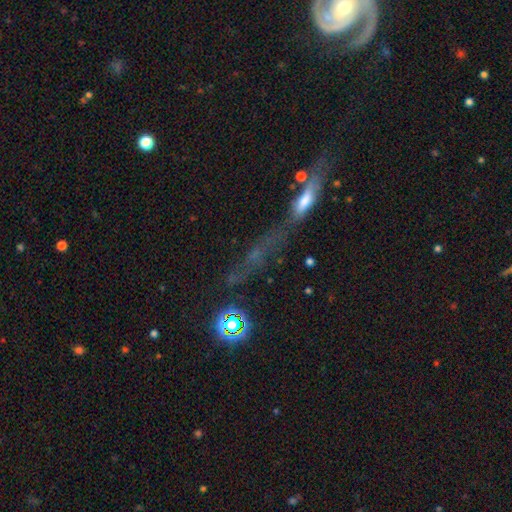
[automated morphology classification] The model was most divided on "smooth or featured": featured or disk: 36%, star or artifact: 34%, smooth: 30%. More confident: merging — none (51%).